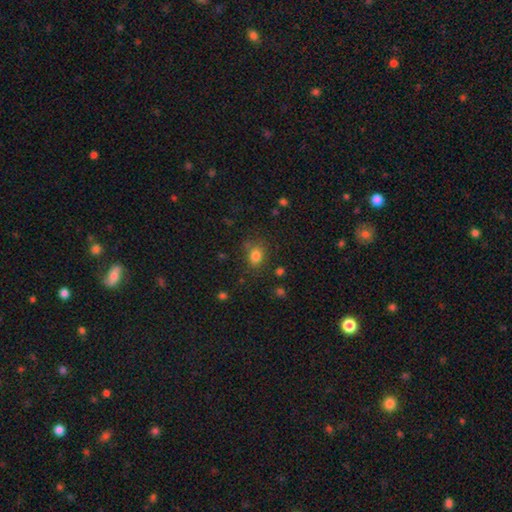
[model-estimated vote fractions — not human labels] Smooth or featured? Predicted: smooth (p=0.80). How rounded? Predicted: in between (p=0.58). Merging? Predicted: none (p=0.71).